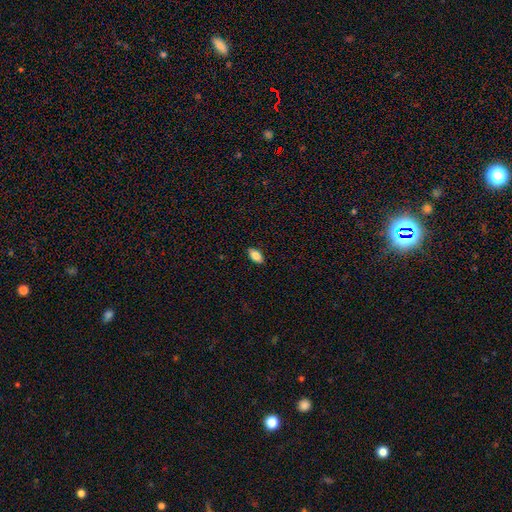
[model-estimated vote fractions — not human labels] A smooth galaxy with no disk features (83%) that is in between round and cigar-shaped (91%).

Vote fractions:
- Smooth or featured? smooth: 83% / featured or disk: 9% / star or artifact: 8%
- How rounded? in between: 91% / cigar-shaped: 5% / round: 4%
- Merging? none: 88% / minor disturbance: 9% / major disturbance: 2% / merger: 1%